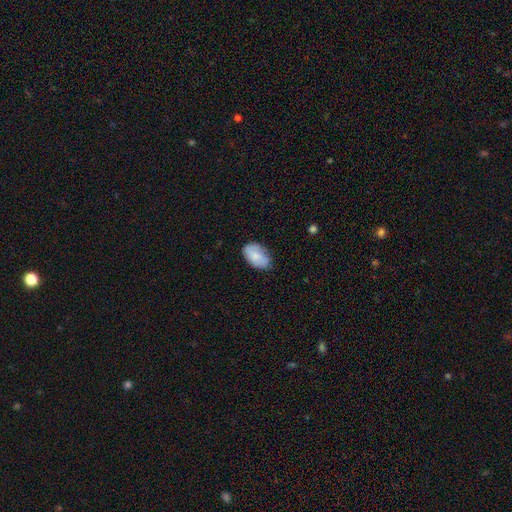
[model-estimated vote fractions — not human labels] smooth 79%, featured or disk 14%, star or artifact 7%. Down the decision tree: how rounded — in between (92%); merging — none (73%).